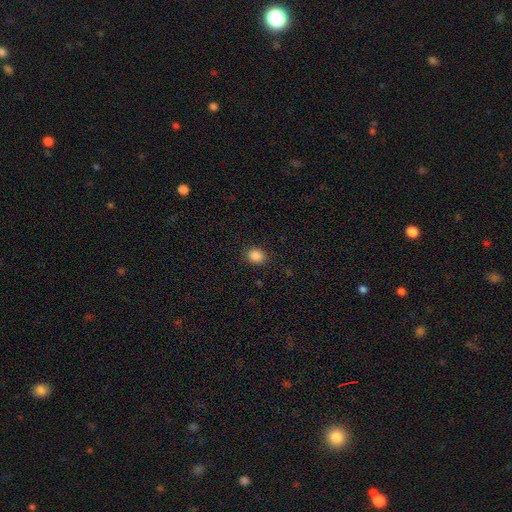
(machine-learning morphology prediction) A smooth galaxy with no disk features (87%) that is round (60%).

Vote fractions:
- Smooth or featured? smooth: 87% / star or artifact: 10% / featured or disk: 3%
- How rounded? round: 60% / in between: 39% / cigar-shaped: 1%
- Merging? none: 88% / minor disturbance: 8% / major disturbance: 2% / merger: 1%